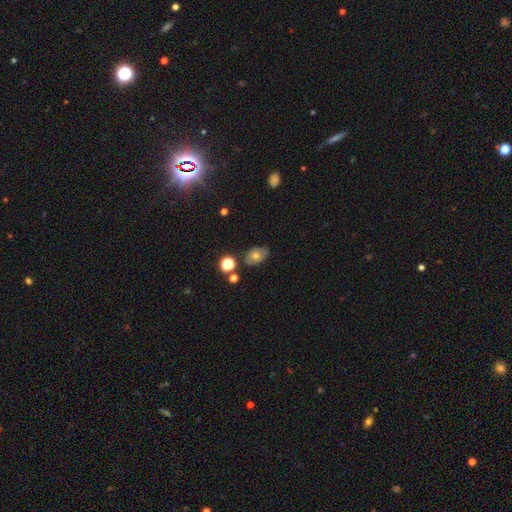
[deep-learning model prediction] This is possibly a smooth galaxy (55%). How rounded: likely in between (73%). Merging: likely none (76%).